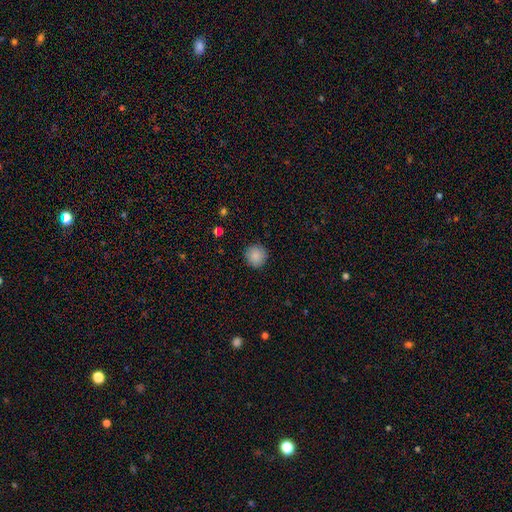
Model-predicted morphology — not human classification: A smooth galaxy with no disk features (88%) that is round (93%). Merging: none (90%).